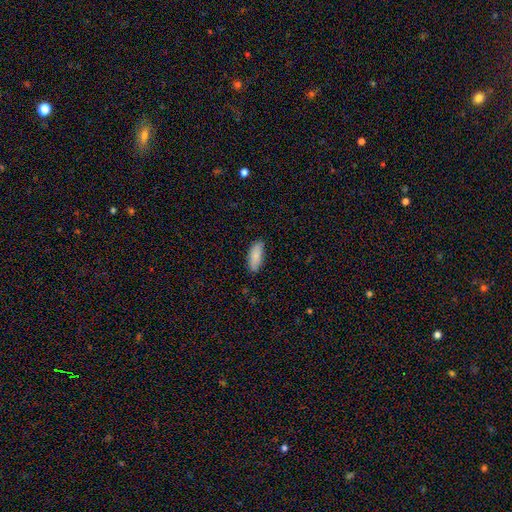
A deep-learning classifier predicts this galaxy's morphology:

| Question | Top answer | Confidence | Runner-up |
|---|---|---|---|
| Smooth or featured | smooth | 85% | featured or disk (9%) |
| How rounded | in between | 76% | cigar-shaped (22%) |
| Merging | none | 81% | minor disturbance (15%) |